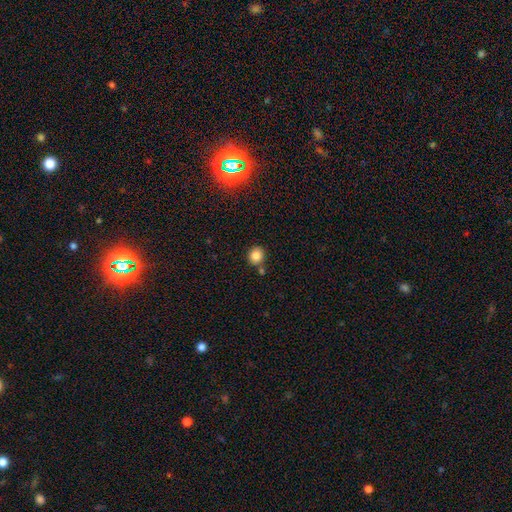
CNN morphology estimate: smooth 83%, star or artifact 11%, featured or disk 6%. Down the decision tree: how rounded — round (81%); merging — none (73%).